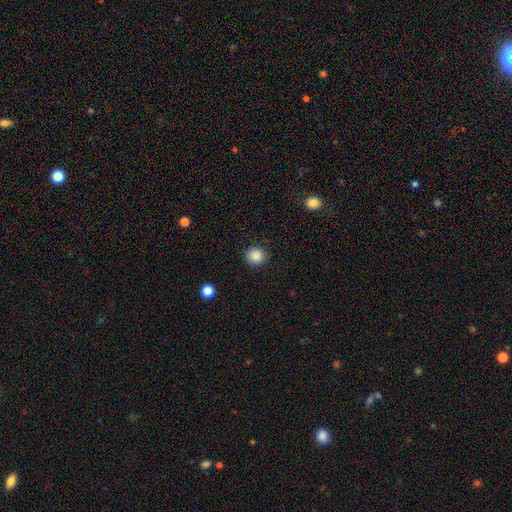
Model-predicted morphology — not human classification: This is clearly a smooth galaxy (87%). How rounded: clearly round (89%). Merging: clearly none (90%).